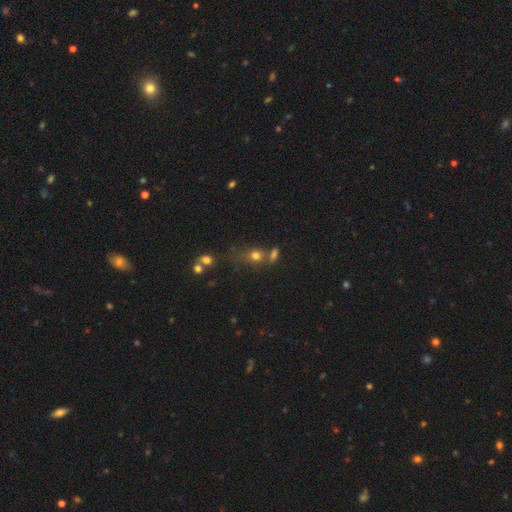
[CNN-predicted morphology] This is likely a smooth galaxy (70%). How rounded: possibly round (57%). Merging: marginally none (41%).